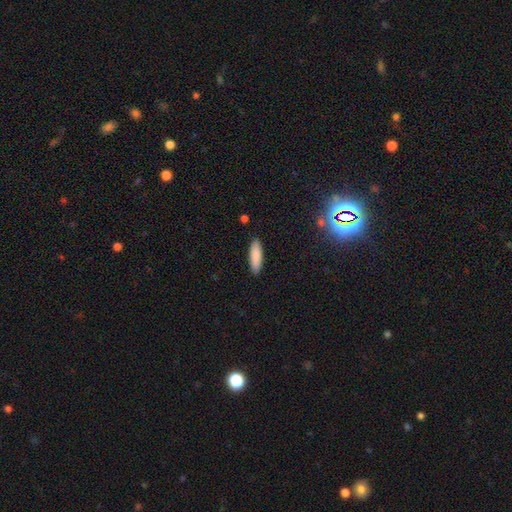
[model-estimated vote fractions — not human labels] Smooth or featured: smooth — 87% (featured or disk — 7%)
How rounded: cigar-shaped — 57% (in between — 41%)
Merging: none — 90% (minor disturbance — 7%)